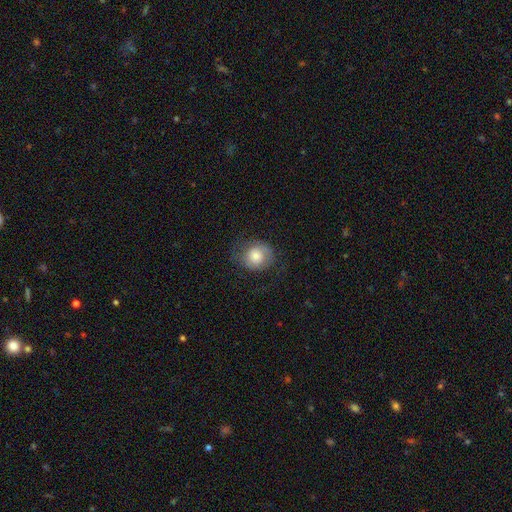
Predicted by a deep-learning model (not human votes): This is likely a smooth galaxy (63%). How rounded: likely round (75%). Merging: likely none (66%).